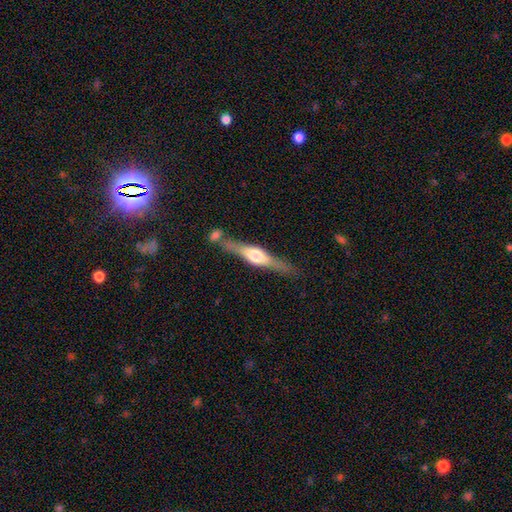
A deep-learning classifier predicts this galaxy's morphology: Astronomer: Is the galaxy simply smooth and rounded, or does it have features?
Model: featured or disk — 70%.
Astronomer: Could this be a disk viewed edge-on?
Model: yes — 96%.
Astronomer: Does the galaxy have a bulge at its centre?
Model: rounded — 88%.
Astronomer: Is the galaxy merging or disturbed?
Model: none — 73%.